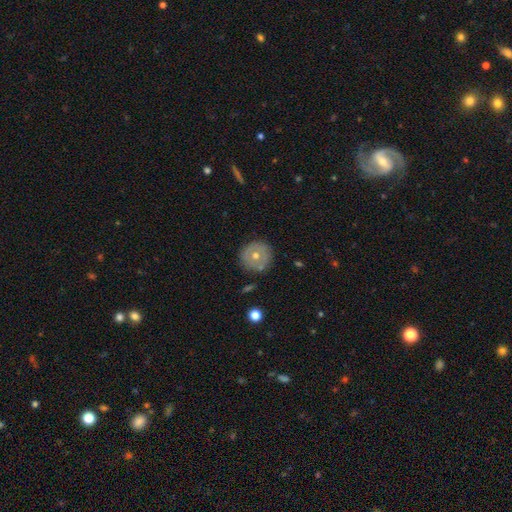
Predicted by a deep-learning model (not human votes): Overall: smooth (48%; featured or disk 43%). Merging: none (86%).